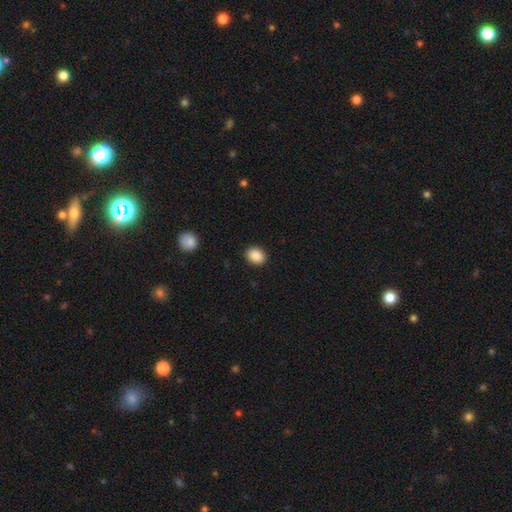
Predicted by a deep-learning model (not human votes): smooth_or_featured: smooth (p=0.89) [alt: star or artifact p=0.08]
how_rounded: in between (p=0.61) [alt: round p=0.38]
merging: none (p=0.90) [alt: minor disturbance p=0.07]